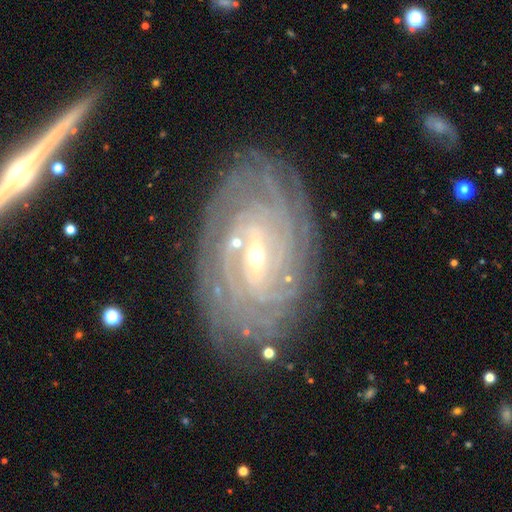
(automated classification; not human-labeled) This is clearly a featured or disk galaxy (88%). It is clearly not viewed edge-on (94%). Bar: marginally weak (45%). Spiral arm pattern: clearly yes (96%). Spiral arm count: marginally can't tell (33%). Spiral winding: clearly tight (84%). Central bulge: possibly small (59%). Merging: clearly none (82%).